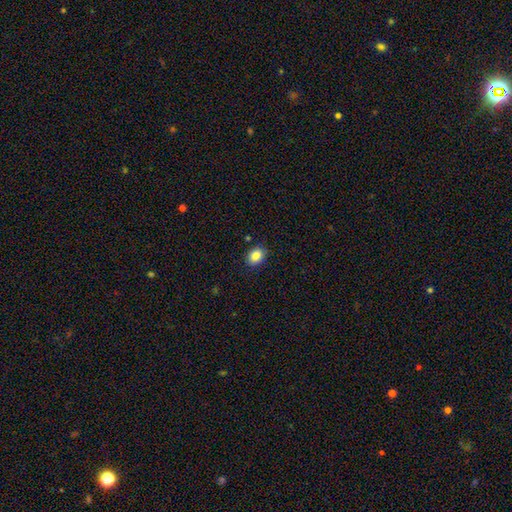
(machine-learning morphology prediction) A smooth galaxy with no disk features (88%) that is in between round and cigar-shaped (65%).

Vote fractions:
- Smooth or featured? smooth: 88% / star or artifact: 8% / featured or disk: 4%
- How rounded? in between: 65% / round: 34% / cigar-shaped: 1%
- Merging? none: 88% / minor disturbance: 9% / major disturbance: 2% / merger: 1%